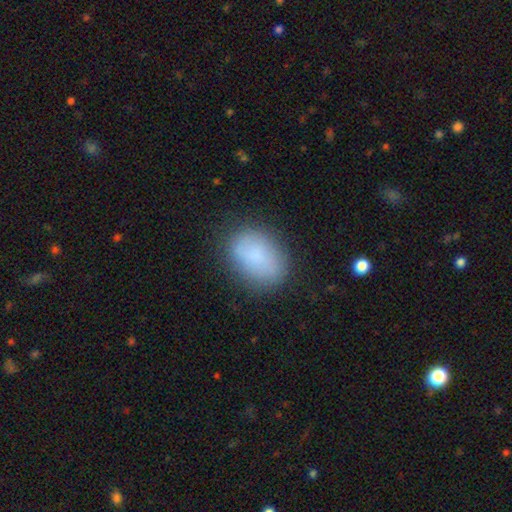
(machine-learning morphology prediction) Smooth or featured?
  - smooth: 81% *
  - featured or disk: 11%
  - star or artifact: 8%
How rounded?
  - in between: 78% *
  - round: 21%
  - cigar-shaped: 1%
Merging?
  - none: 77% *
  - minor disturbance: 17%
  - major disturbance: 5%
  - merger: 2%